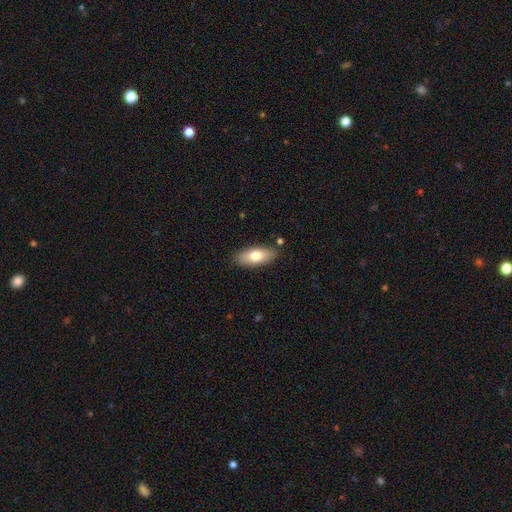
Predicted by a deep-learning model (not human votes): The model was most divided on "smooth or featured": smooth: 74%, featured or disk: 20%, star or artifact: 6%. More confident: merging — none (85%); how rounded — in between (81%).